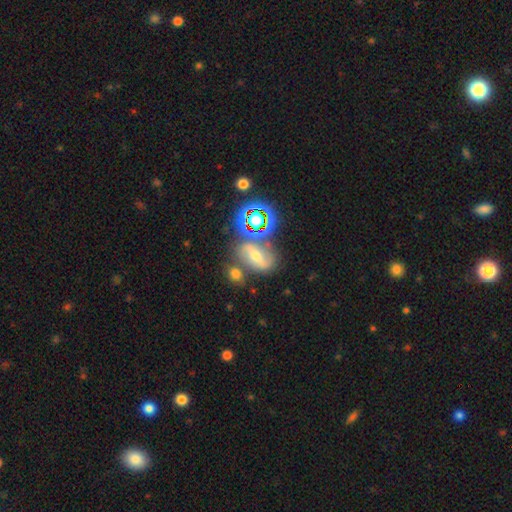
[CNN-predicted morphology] This appears to be a featured or disk galaxy (44%). Merging: none (59%).